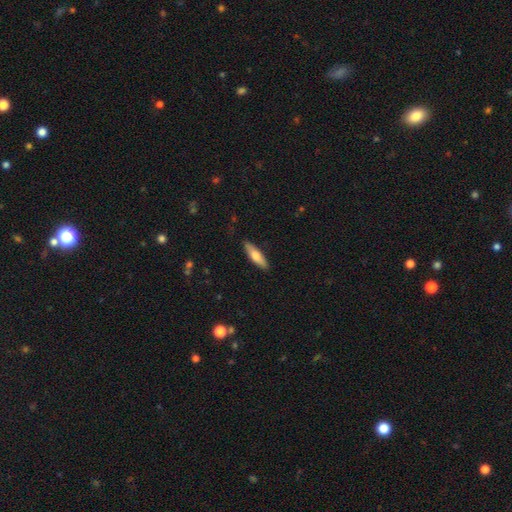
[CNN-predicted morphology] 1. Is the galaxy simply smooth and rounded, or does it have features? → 68% smooth, 27% featured or disk, 5% star or artifact.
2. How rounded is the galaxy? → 64% cigar-shaped, 34% in between, 2% round.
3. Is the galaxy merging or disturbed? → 88% none, 9% minor disturbance, 2% major disturbance, 1% merger.